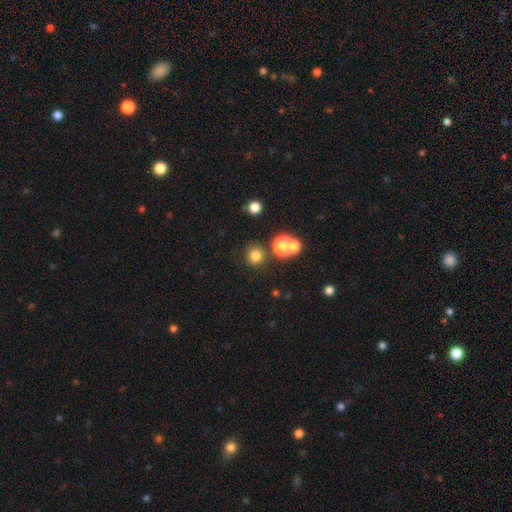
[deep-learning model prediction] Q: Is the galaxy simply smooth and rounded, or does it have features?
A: smooth — 76%.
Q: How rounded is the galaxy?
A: round — 92%.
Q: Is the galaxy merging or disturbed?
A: none — 76%.